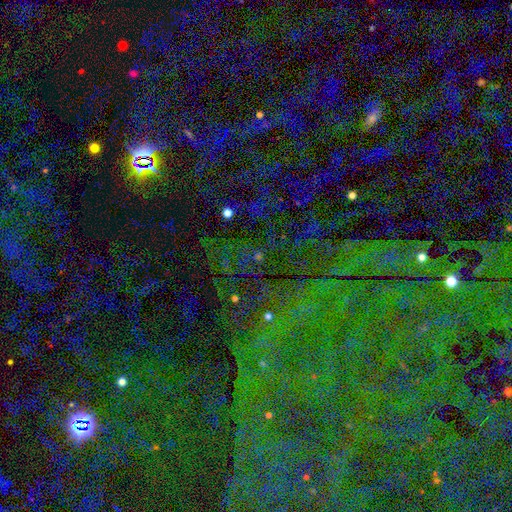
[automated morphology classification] This appears to be a star or artifact, not a galaxy (81%).